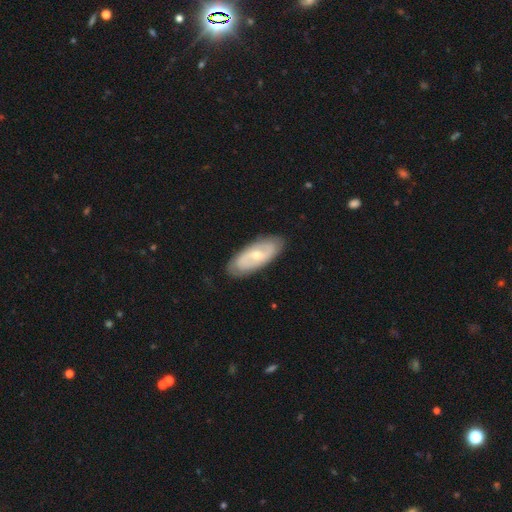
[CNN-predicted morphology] featured or disk 63%, smooth 32%, star or artifact 5%. Down the decision tree: edge-on disk — no (88%); bar — no (50%); spiral arms — yes (75%); bulge size — small (52%); merging — none (85%).